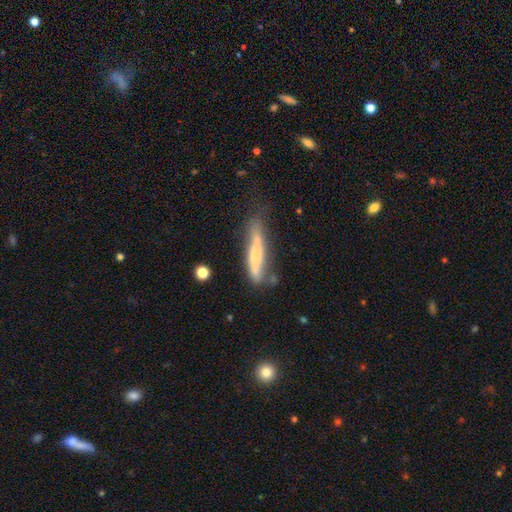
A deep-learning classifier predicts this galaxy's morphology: smooth-or-featured: smooth: 50% | featured or disk: 43% | star or artifact: 7%
  how-rounded: cigar-shaped: 85% | in between: 13% | round: 2%
  merging: none: 49% | minor disturbance: 30% | major disturbance: 13% | merger: 8%